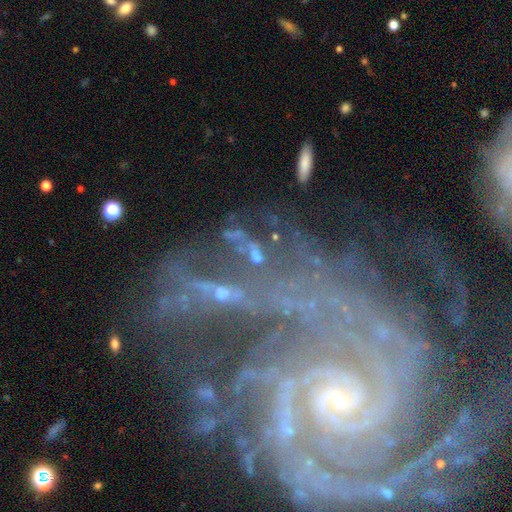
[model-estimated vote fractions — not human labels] smooth_or_featured: featured or disk (p=0.49) [alt: star or artifact p=0.36]
merging: none (p=0.42) [alt: major disturbance p=0.22]